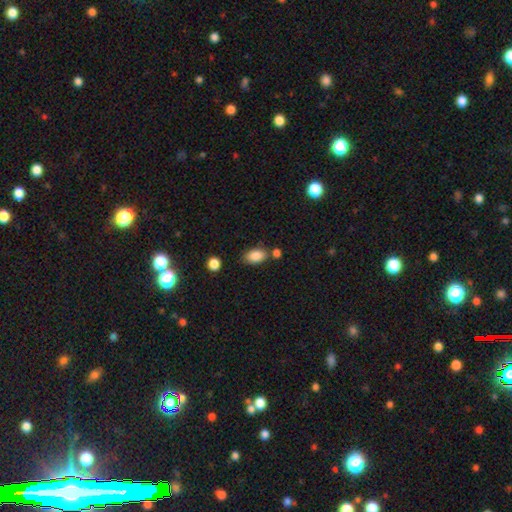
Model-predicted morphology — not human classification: smooth_or_featured: smooth (p=0.86) [alt: star or artifact p=0.08]
how_rounded: in between (p=0.89) [alt: round p=0.09]
merging: none (p=0.66) [alt: minor disturbance p=0.17]